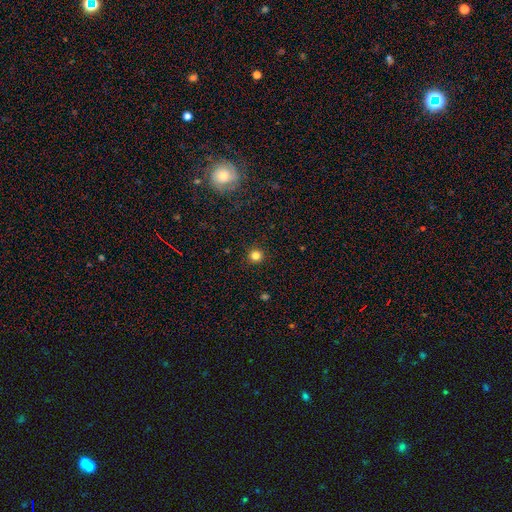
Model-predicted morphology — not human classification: This is clearly a smooth galaxy (82%). How rounded: clearly round (95%). Merging: clearly none (93%).